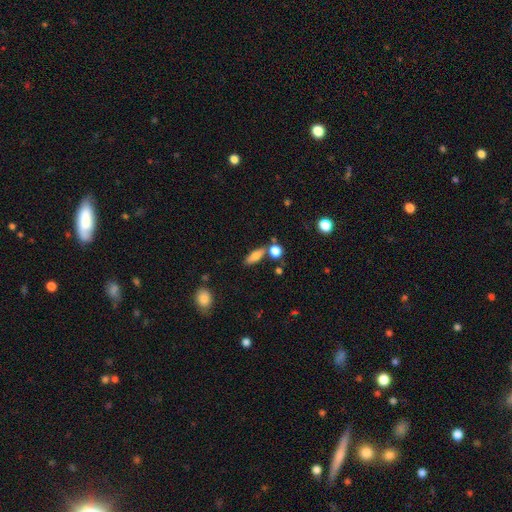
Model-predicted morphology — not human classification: The model was most divided on "how rounded": in between: 57%, cigar-shaped: 37%, round: 6%. More confident: merging — none (70%); smooth or featured — smooth (68%).